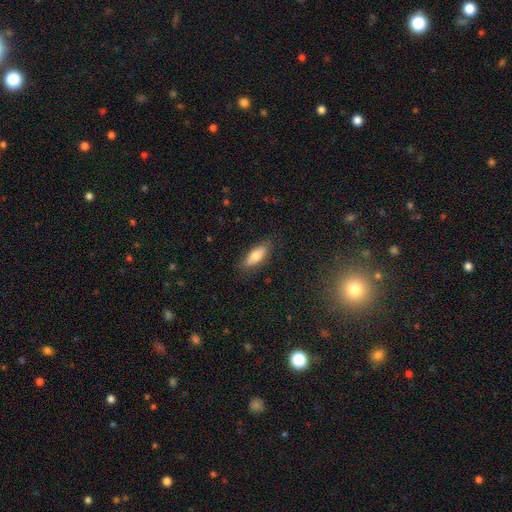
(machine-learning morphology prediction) The model was most divided on "how rounded": in between: 77%, cigar-shaped: 21%, round: 2%. More confident: merging — none (83%); smooth or featured — smooth (75%).